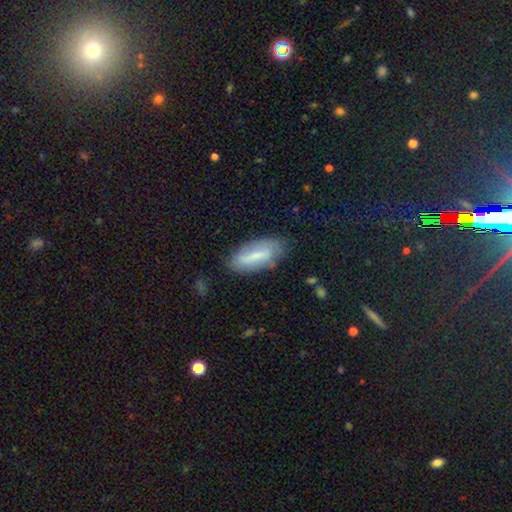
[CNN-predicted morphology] Smooth or featured?
  - smooth: 57% *
  - featured or disk: 36%
  - star or artifact: 7%
How rounded?
  - in between: 76% *
  - cigar-shaped: 22%
  - round: 2%
Merging?
  - none: 74% *
  - minor disturbance: 19%
  - major disturbance: 5%
  - merger: 2%